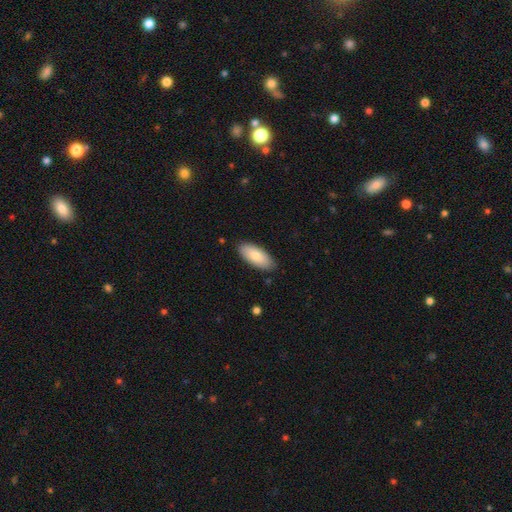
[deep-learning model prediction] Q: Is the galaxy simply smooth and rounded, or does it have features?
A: smooth — 81%.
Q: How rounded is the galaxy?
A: in between — 88%.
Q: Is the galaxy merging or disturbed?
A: none — 86%.